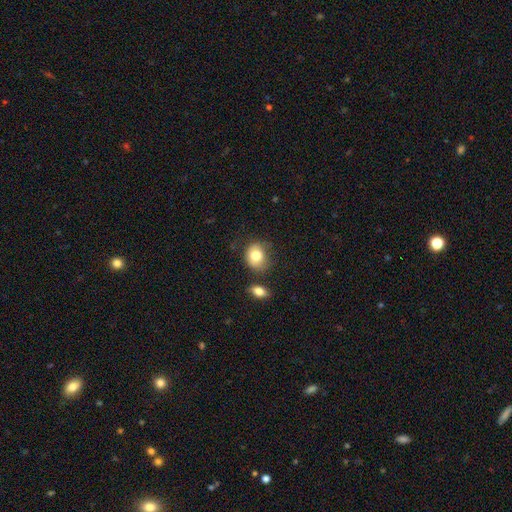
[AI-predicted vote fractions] A smooth galaxy with no disk features (80%) that is round (63%). Merging: none (60%).